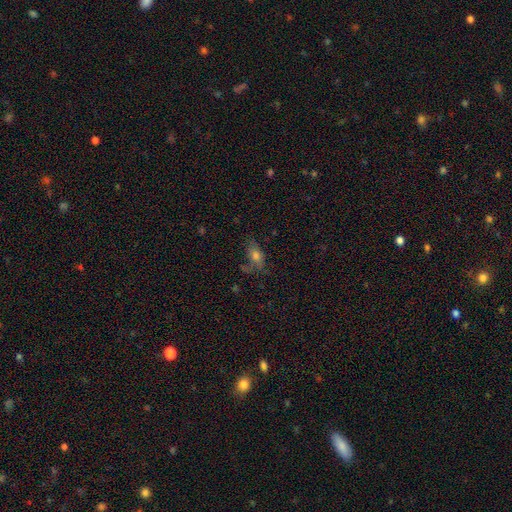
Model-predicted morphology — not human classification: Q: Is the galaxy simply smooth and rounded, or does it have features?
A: smooth — 64%.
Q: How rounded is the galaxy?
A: in between — 78%.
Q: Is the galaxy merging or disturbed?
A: none — 59%.